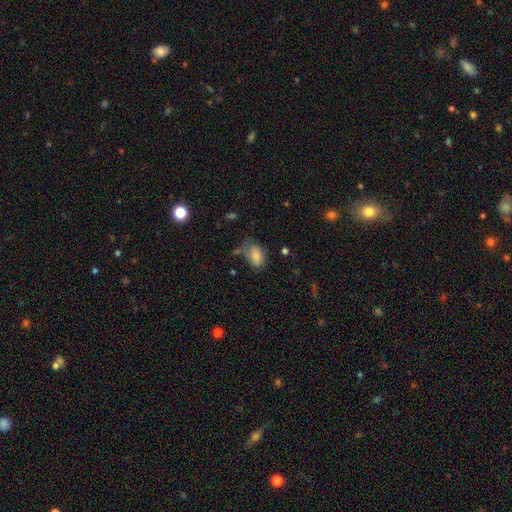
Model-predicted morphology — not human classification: A smooth galaxy with no disk features (82%) that is in between round and cigar-shaped (87%).

Vote fractions:
- Smooth or featured? smooth: 82% / featured or disk: 9% / star or artifact: 9%
- How rounded? in between: 87% / round: 12% / cigar-shaped: 2%
- Merging? none: 53% / minor disturbance: 29% / major disturbance: 11% / merger: 7%